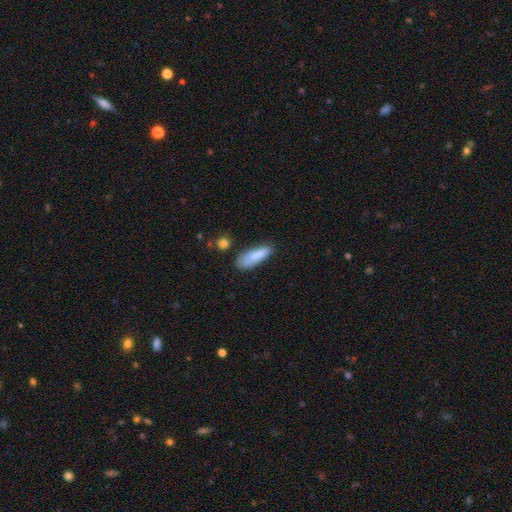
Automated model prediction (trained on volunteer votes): Smooth or featured: smooth — 83% (featured or disk — 10%)
How rounded: in between — 53% (cigar-shaped — 45%)
Merging: none — 62% (minor disturbance — 25%)